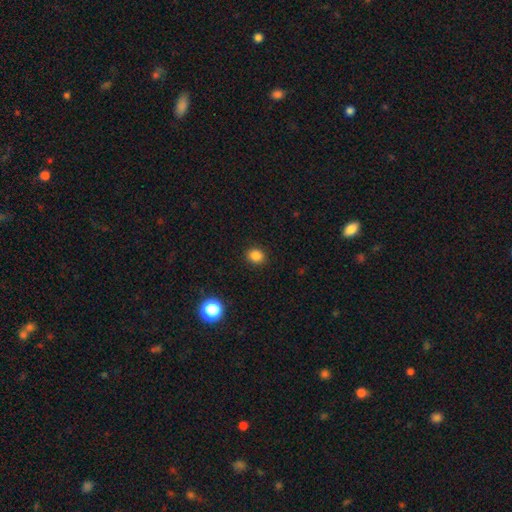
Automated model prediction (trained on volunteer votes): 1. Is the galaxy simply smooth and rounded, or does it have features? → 84% smooth, 12% star or artifact, 3% featured or disk.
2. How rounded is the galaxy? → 77% round, 23% in between, 1% cigar-shaped.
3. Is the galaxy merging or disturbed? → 91% none, 6% minor disturbance, 2% major disturbance, 1% merger.